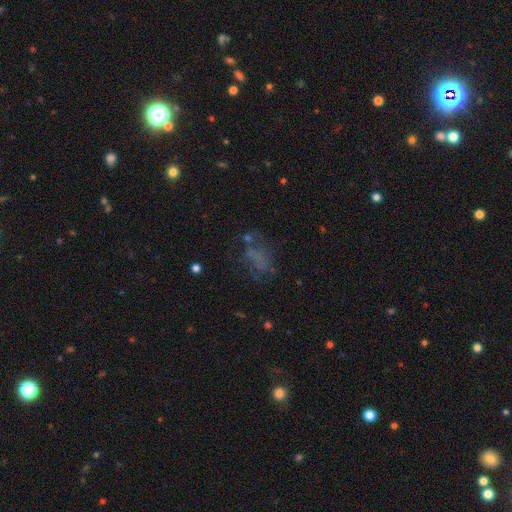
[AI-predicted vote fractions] A smooth galaxy with no disk features (46%).

Vote fractions:
- Smooth or featured? smooth: 46% / star or artifact: 30% / featured or disk: 23%
- Merging? none: 52% / major disturbance: 22% / minor disturbance: 19% / merger: 7%